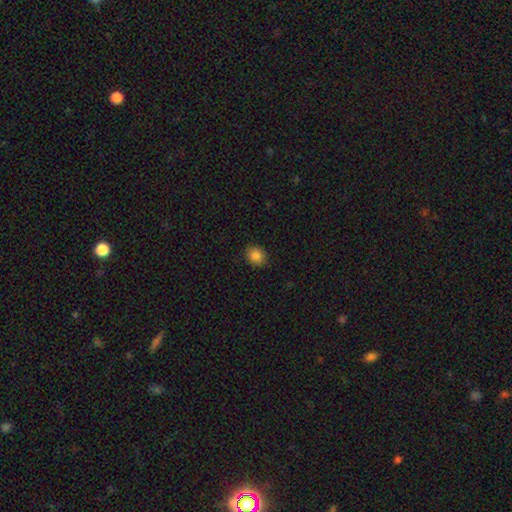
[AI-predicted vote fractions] A smooth galaxy with no disk features (86%) that is round (66%).

Vote fractions:
- Smooth or featured? smooth: 86% / star or artifact: 10% / featured or disk: 4%
- How rounded? round: 66% / in between: 33% / cigar-shaped: 1%
- Merging? none: 90% / minor disturbance: 7% / major disturbance: 2% / merger: 1%